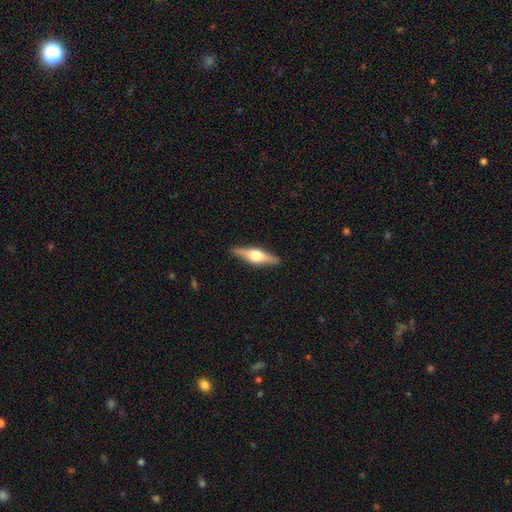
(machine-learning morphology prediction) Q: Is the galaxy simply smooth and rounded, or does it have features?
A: featured or disk — 66%.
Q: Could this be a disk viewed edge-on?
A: yes — 96%.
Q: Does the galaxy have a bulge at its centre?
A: rounded — 94%.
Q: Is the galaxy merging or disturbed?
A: none — 90%.